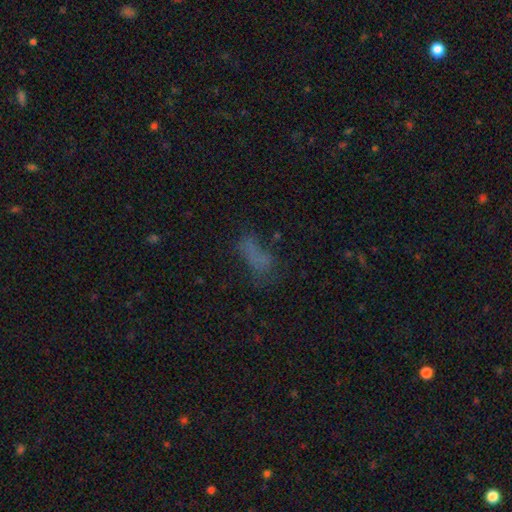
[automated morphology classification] The model was most divided on "merging": none: 44%, major disturbance: 25%, minor disturbance: 22%, merger: 9%. More confident: how rounded — in between (76%); smooth or featured — smooth (59%).